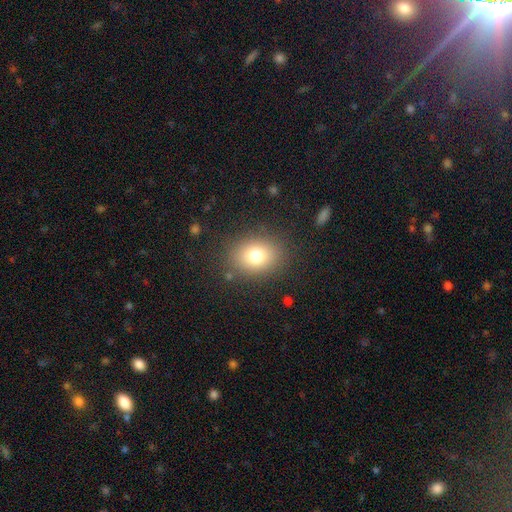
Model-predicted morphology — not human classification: Q: Smooth or featured?
A: smooth (77%); runner-up: star or artifact (13%)
Q: How rounded?
A: in between (50%); runner-up: round (49%)
Q: Merging?
A: none (84%); runner-up: minor disturbance (10%)